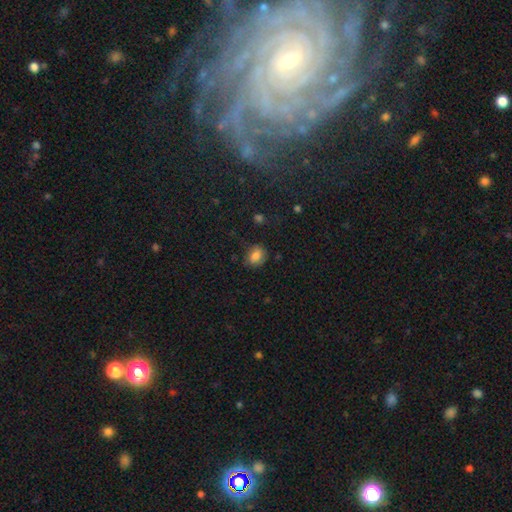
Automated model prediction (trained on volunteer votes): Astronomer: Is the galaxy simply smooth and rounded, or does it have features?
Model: smooth — 82%.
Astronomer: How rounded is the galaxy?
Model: in between — 58% (runner-up: round, 41%).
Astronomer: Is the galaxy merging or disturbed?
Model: none — 71%.